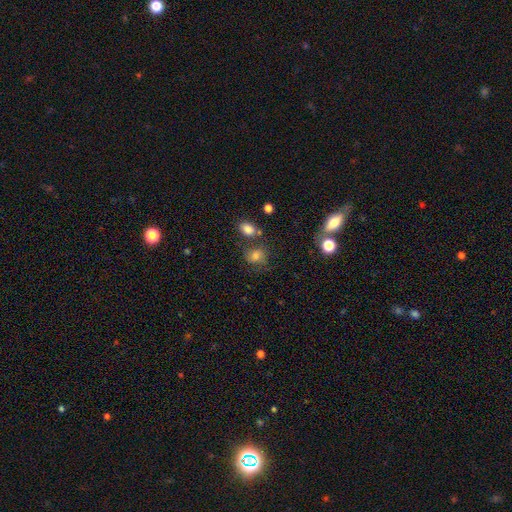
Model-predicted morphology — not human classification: smooth 71%, featured or disk 16%, star or artifact 14%. Down the decision tree: how rounded — round (63%); merging — none (59%).